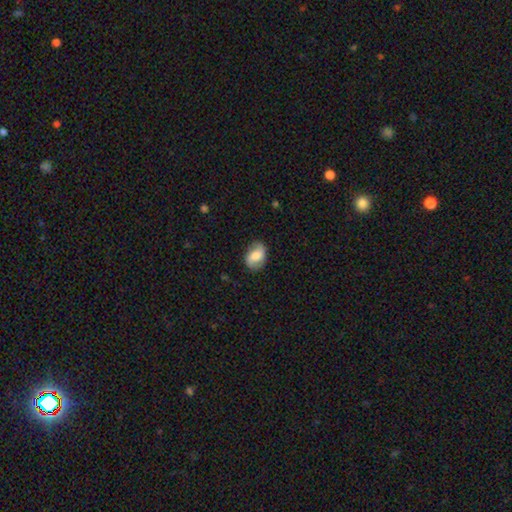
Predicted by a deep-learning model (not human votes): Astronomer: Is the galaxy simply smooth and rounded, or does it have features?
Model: smooth — 55% (runner-up: featured or disk, 37%).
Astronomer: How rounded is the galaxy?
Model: in between — 78%.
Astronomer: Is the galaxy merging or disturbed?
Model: none — 78%.